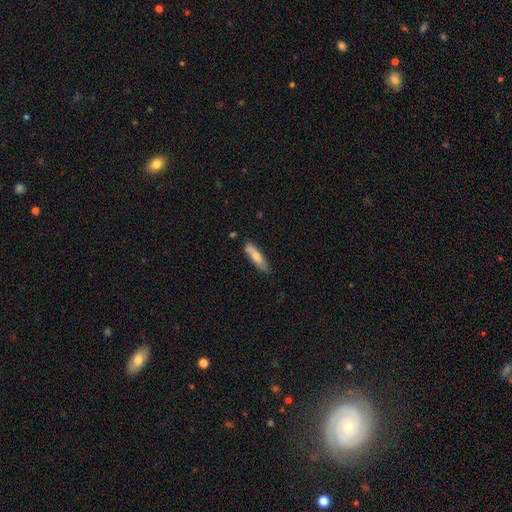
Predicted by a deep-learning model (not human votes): The model was most divided on "how rounded": cigar-shaped: 63%, in between: 35%, round: 2%. More confident: merging — none (76%); smooth or featured — smooth (68%).